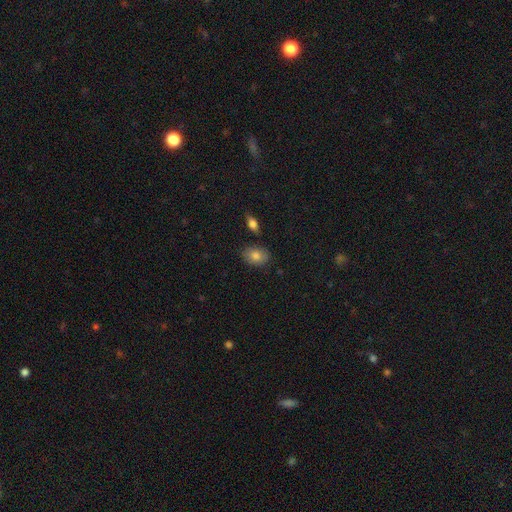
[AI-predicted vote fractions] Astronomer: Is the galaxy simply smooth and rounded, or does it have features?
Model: smooth — 82%.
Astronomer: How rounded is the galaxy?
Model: in between — 79%.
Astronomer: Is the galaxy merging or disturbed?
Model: none — 79%.